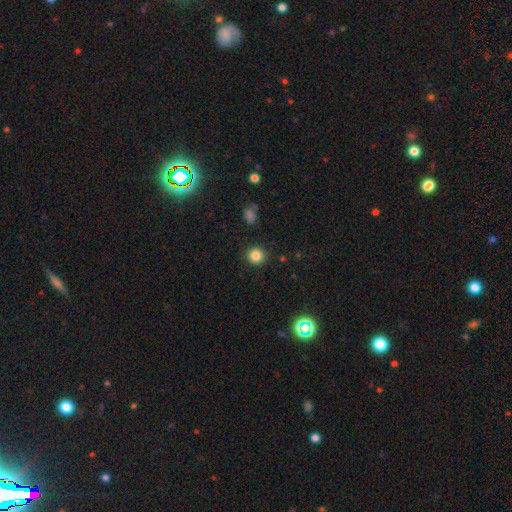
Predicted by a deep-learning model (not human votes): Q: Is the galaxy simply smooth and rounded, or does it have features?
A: smooth — 84%.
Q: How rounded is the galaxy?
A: round — 92%.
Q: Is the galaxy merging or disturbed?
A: none — 90%.